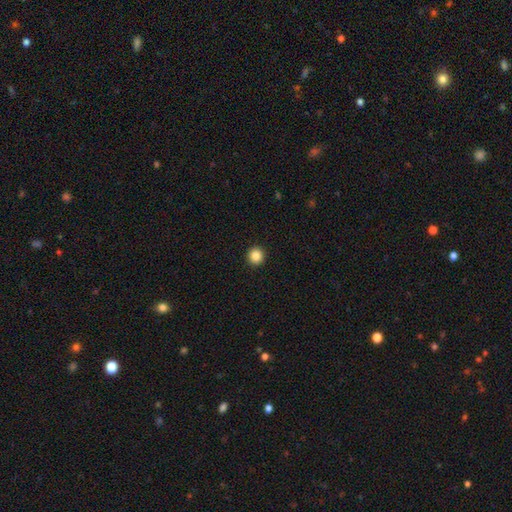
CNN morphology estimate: smooth_or_featured: smooth (p=0.86) [alt: star or artifact p=0.10]
how_rounded: round (p=0.95) [alt: in between p=0.04]
merging: none (p=0.94) [alt: minor disturbance p=0.04]